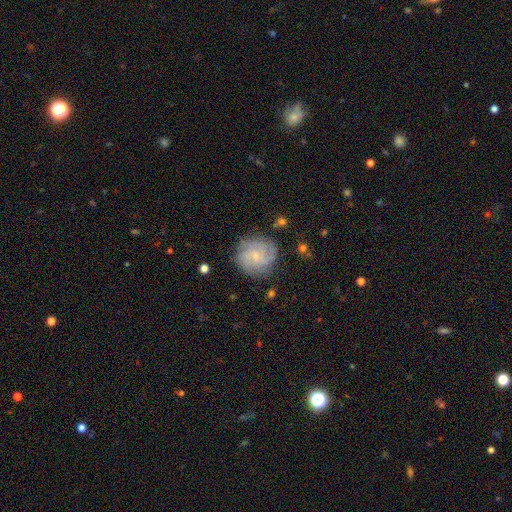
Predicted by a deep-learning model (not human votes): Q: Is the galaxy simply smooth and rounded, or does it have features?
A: featured or disk — 76%.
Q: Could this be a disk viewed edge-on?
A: no — 98%.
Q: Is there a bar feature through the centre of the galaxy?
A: no — 64%.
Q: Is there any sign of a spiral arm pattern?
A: yes — 95%.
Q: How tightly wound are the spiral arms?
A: tight — 52%.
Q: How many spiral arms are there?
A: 3 — 27%.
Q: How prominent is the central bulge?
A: small — 76%.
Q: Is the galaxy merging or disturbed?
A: none — 79%.